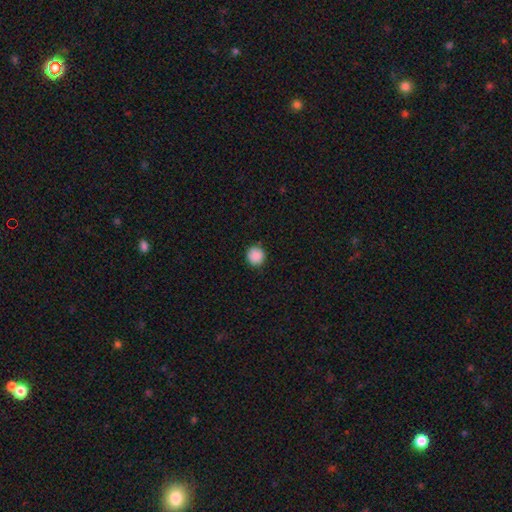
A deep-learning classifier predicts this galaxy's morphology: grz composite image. It shows a smooth galaxy with no disk features (89%) that is round (93%). Merging: none (89%).